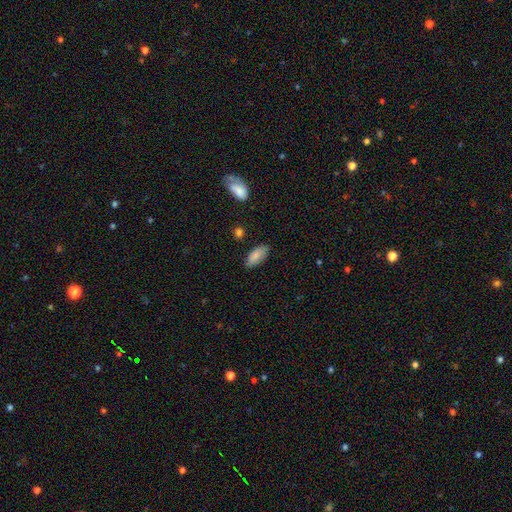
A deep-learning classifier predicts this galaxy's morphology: Overall: smooth (85%). How rounded: in between (87%). Merging: none (79%).